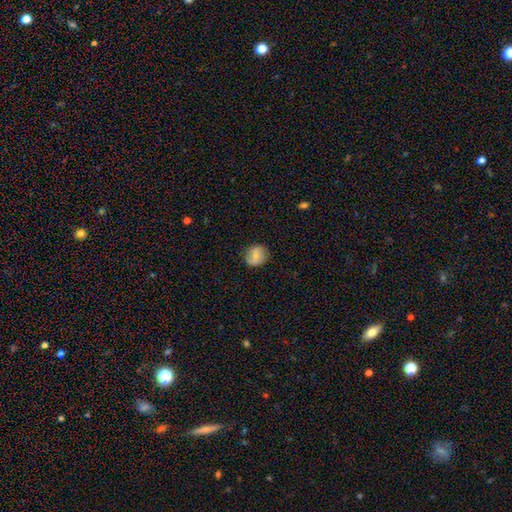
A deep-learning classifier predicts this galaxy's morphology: This is likely a smooth galaxy (62%). How rounded: clearly round (82%). Merging: clearly none (80%).